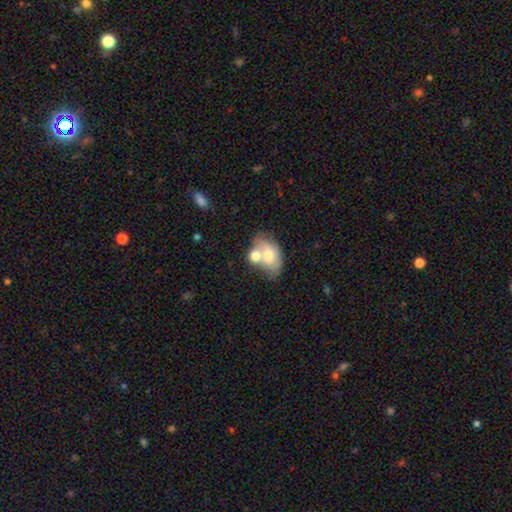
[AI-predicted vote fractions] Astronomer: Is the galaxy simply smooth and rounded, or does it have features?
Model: smooth — 62%.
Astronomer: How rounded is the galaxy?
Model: in between — 74%.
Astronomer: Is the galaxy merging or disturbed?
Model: merger — 63%.